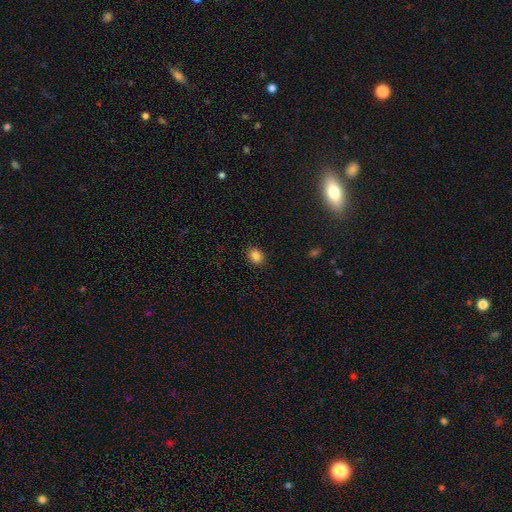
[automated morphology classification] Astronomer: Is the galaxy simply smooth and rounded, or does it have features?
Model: smooth — 85%.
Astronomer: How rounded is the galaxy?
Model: in between — 64%.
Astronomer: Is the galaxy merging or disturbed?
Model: none — 88%.